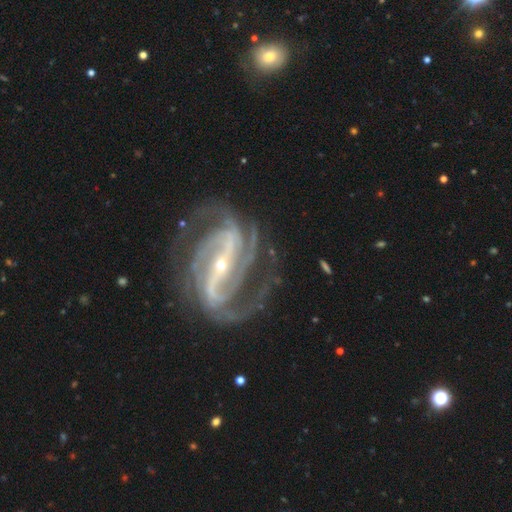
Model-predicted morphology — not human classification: The model was most divided on "spiral winding": medium: 49%, tight: 38%, loose: 13%. Remaining: spiral arms — yes (98%); edge-on disk — no (97%); smooth or featured — featured or disk (93%); bulge size — small (78%); bar — strong (78%); merging — none (69%); spiral arm count — 2 (40%).